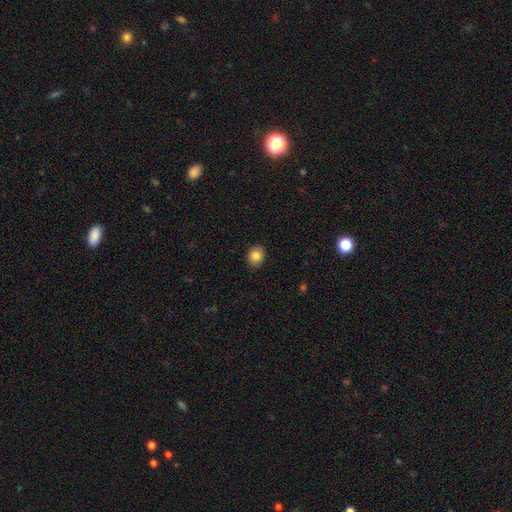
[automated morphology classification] The model was most divided on "how rounded": round: 57%, in between: 42%, cigar-shaped: 1%. More confident: merging — none (89%); smooth or featured — smooth (85%).